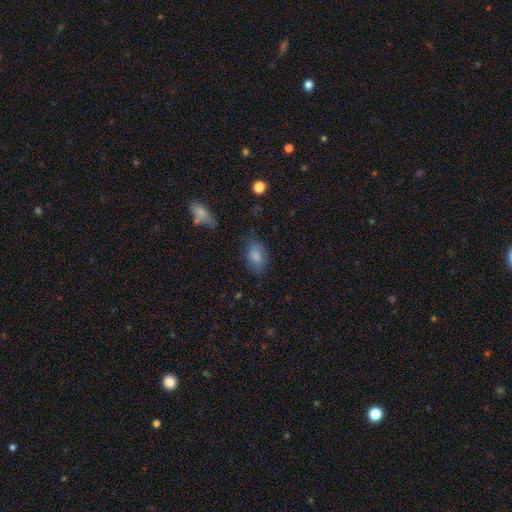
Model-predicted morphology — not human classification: Q: Smooth or featured?
A: smooth (84%); runner-up: star or artifact (8%)
Q: How rounded?
A: in between (87%); runner-up: round (11%)
Q: Merging?
A: none (73%); runner-up: minor disturbance (19%)